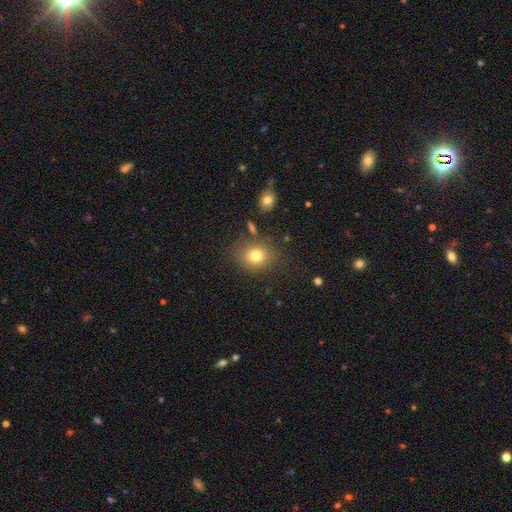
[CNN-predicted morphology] Smooth or featured?
  - smooth: 78% *
  - star or artifact: 13%
  - featured or disk: 9%
How rounded?
  - round: 71% *
  - in between: 28%
  - cigar-shaped: 1%
Merging?
  - none: 79% *
  - minor disturbance: 11%
  - merger: 5%
  - major disturbance: 5%